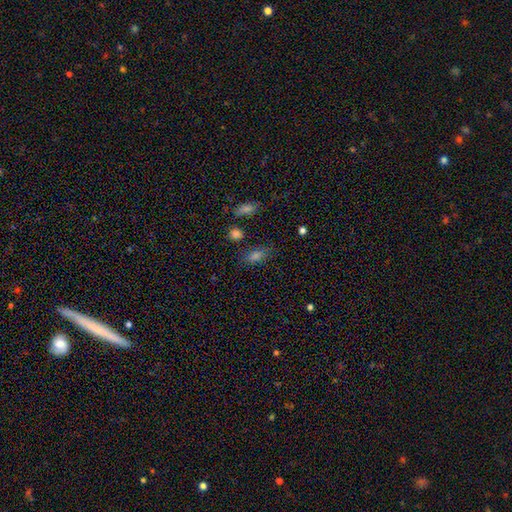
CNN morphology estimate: Smooth or featured? smooth (71%)
How rounded? in between (83%)
Merging? none (76%)